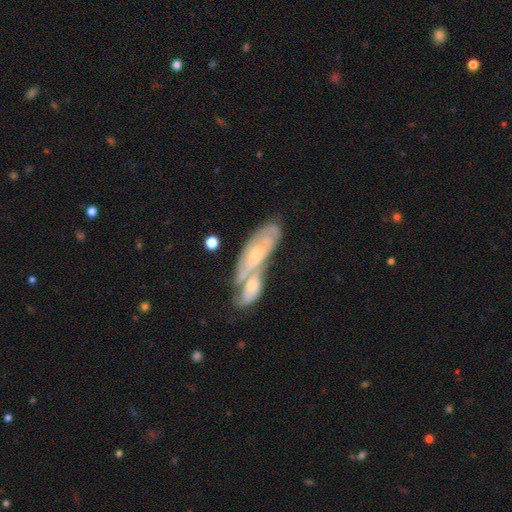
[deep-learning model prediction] This is likely a featured or disk galaxy (67%). It is likely not viewed edge-on (80%). Bar: likely no (66%). Spiral arm pattern: likely yes (70%). Central bulge: possibly small (59%). Merging: possibly merger (60%).